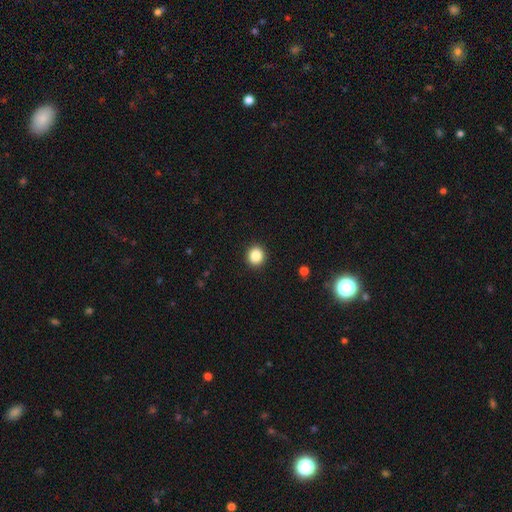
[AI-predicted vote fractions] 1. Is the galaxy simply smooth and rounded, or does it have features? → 86% smooth, 10% star or artifact, 4% featured or disk.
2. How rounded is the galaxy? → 88% round, 11% in between, 1% cigar-shaped.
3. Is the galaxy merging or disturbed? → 93% none, 5% minor disturbance, 2% major disturbance, 1% merger.